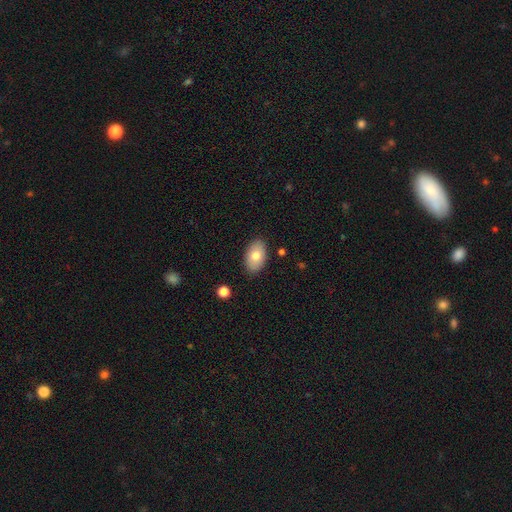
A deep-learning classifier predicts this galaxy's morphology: Smooth or featured? Predicted: smooth (p=0.75). How rounded? Predicted: in between (p=0.92). Merging? Predicted: none (p=0.86).